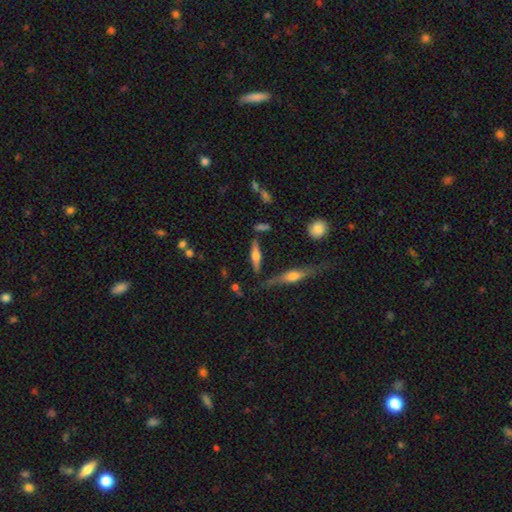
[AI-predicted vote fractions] Smooth or featured? Predicted: featured or disk (p=0.60). Edge-on disk? Predicted: yes (p=0.95). Edge-on bulge? Predicted: rounded (p=0.87). Merging? Predicted: none (p=0.76).